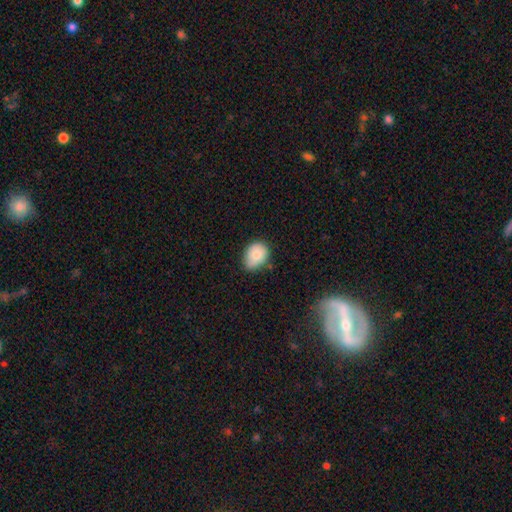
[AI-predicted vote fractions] Smooth or featured: smooth — 81% (featured or disk — 11%)
How rounded: in between — 64% (round — 35%)
Merging: none — 61% (minor disturbance — 32%)